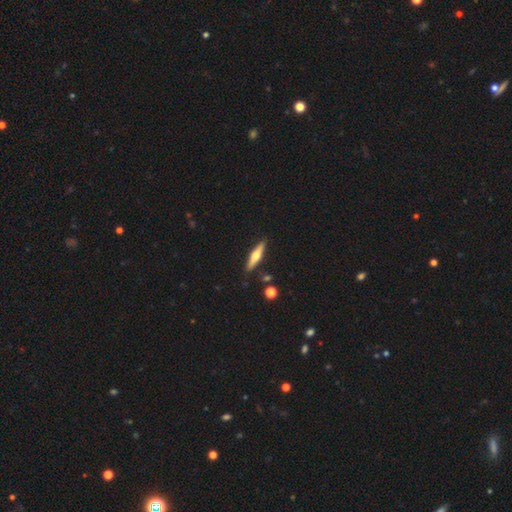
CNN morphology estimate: Smooth or featured: featured or disk — 55% (smooth — 39%)
Edge-on disk: yes — 95% (no — 5%)
Edge-on bulge: rounded — 90% (boxy — 5%)
Merging: none — 87% (minor disturbance — 9%)